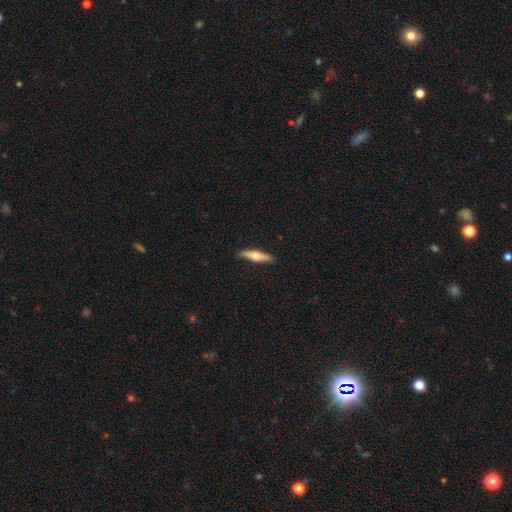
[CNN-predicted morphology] Smooth or featured? smooth (50%)
Merging? none (90%)